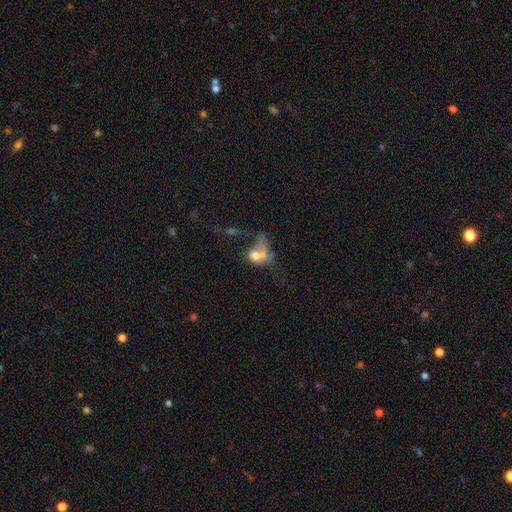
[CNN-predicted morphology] Smooth or featured? smooth (61%)
How rounded? in between (52%)
Merging? merger (56%)